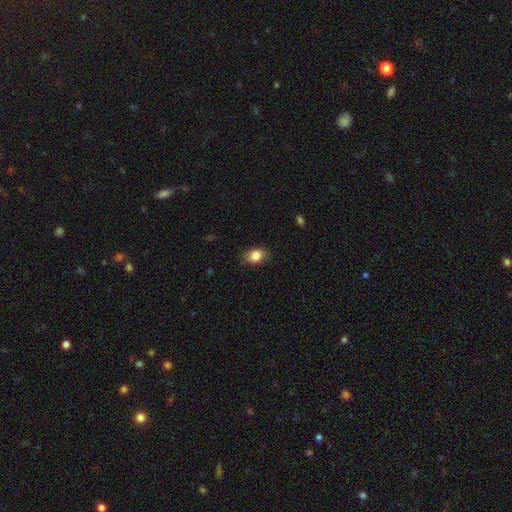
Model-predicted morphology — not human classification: smooth-or-featured: smooth: 85% | star or artifact: 8% | featured or disk: 7%
  how-rounded: in between: 73% | round: 26% | cigar-shaped: 1%
  merging: none: 79% | minor disturbance: 17% | major disturbance: 3% | merger: 1%